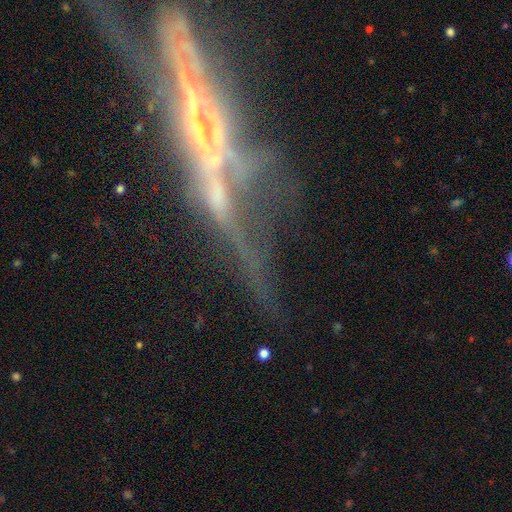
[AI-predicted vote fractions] This appears to be a featured or disk galaxy (73%) viewed edge-on (73%) with no central bulge (43%). Merging: none (42%).